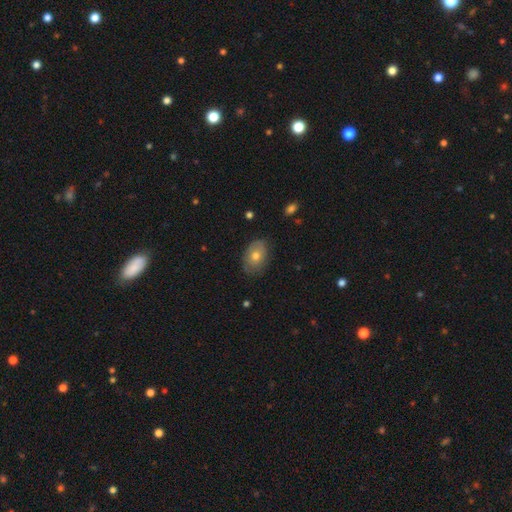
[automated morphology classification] Smooth or featured? smooth (61%)
How rounded? in between (81%)
Merging? none (79%)